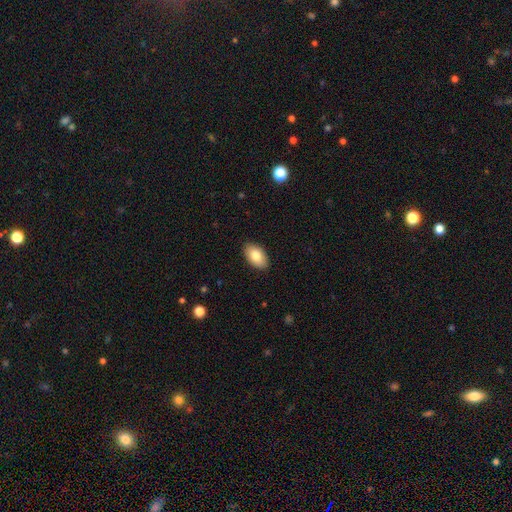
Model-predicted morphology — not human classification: Smooth or featured? Predicted: smooth (p=0.82). How rounded? Predicted: in between (p=0.94). Merging? Predicted: none (p=0.89).